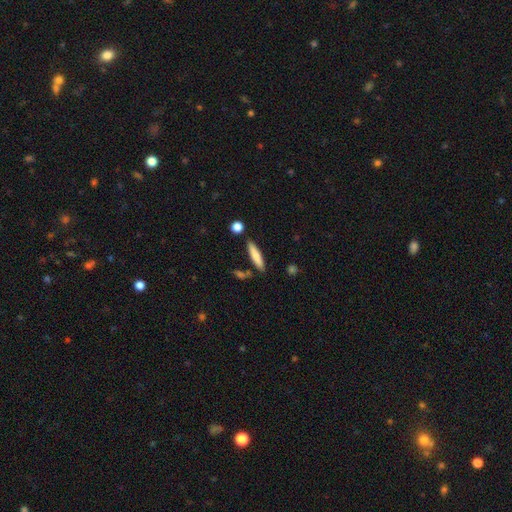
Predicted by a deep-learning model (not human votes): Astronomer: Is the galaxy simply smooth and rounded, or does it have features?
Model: smooth — 78%.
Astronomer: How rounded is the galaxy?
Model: cigar-shaped — 78%.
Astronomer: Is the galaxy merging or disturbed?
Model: none — 82%.